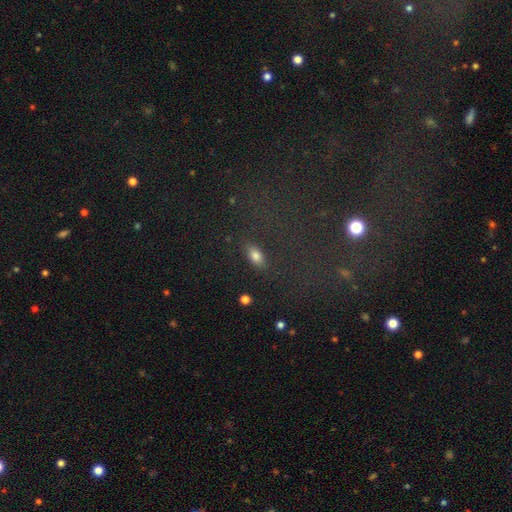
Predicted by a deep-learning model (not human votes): Smooth or featured? smooth (80%)
How rounded? in between (87%)
Merging? none (83%)